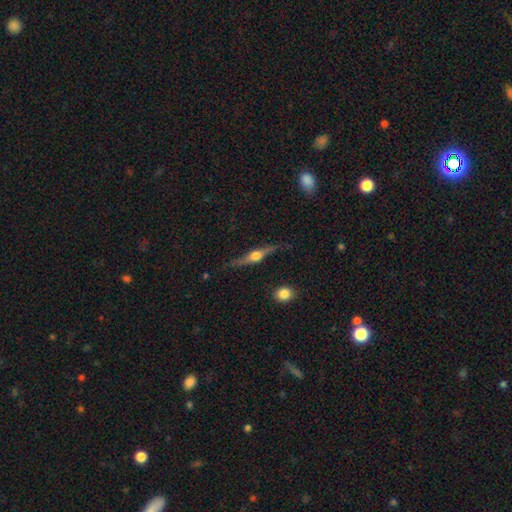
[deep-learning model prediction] A featured or disk galaxy (78%) viewed edge-on (95%) with a rounded central bulge (94%). Merging: none (79%).